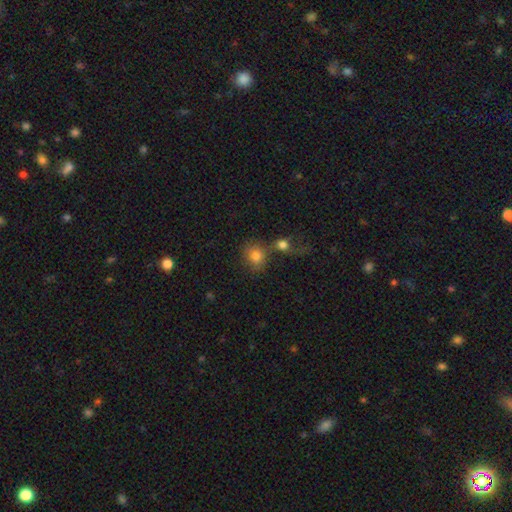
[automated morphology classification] Smooth or featured? smooth (79%)
How rounded? round (76%)
Merging? none (43%)